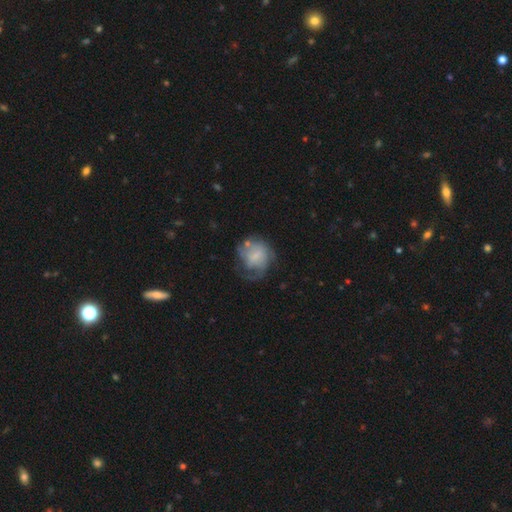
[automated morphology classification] A featured or disk galaxy (48%). Merging: none (37%).